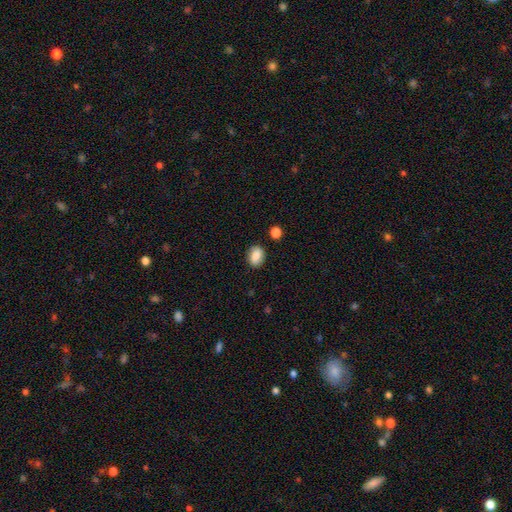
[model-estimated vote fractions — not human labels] Smooth or featured?
  - smooth: 84% *
  - star or artifact: 8%
  - featured or disk: 7%
How rounded?
  - in between: 66% *
  - round: 32%
  - cigar-shaped: 1%
Merging?
  - none: 85% *
  - minor disturbance: 10%
  - major disturbance: 3%
  - merger: 2%